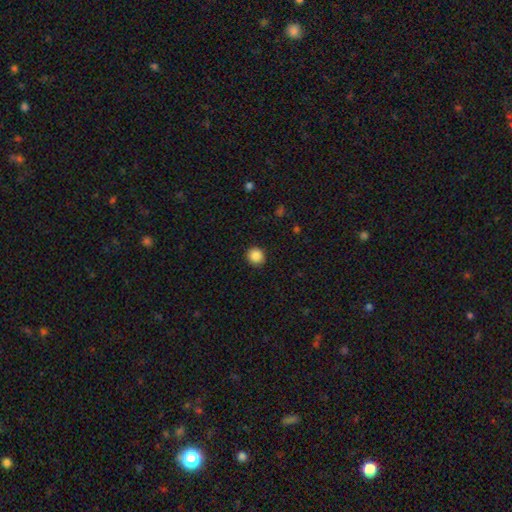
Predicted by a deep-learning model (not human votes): Smooth or featured?
  - smooth: 88% *
  - star or artifact: 9%
  - featured or disk: 3%
How rounded?
  - round: 92% *
  - in between: 7%
  - cigar-shaped: 1%
Merging?
  - none: 91% *
  - minor disturbance: 6%
  - major disturbance: 2%
  - merger: 1%